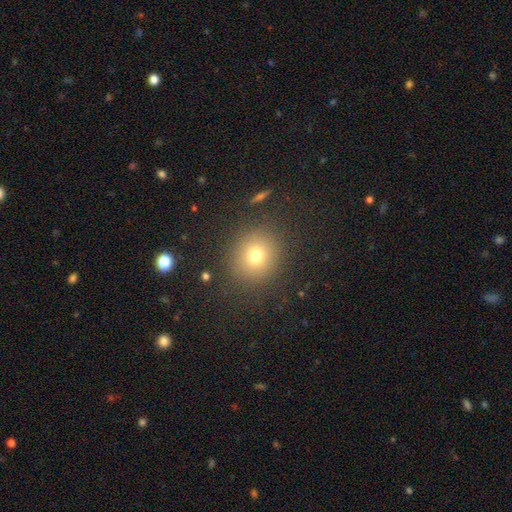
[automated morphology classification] A smooth galaxy with no disk features (73%) that is round (84%).

Vote fractions:
- Smooth or featured? smooth: 73% / star or artifact: 17% / featured or disk: 10%
- How rounded? round: 84% / in between: 15% / cigar-shaped: 1%
- Merging? none: 87% / minor disturbance: 8% / major disturbance: 4% / merger: 2%